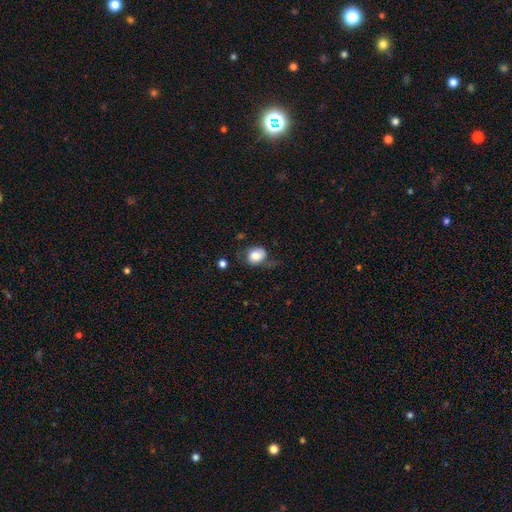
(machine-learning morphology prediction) Smooth or featured: smooth — 74% (featured or disk — 17%)
How rounded: in between — 51% (round — 48%)
Merging: none — 47% (minor disturbance — 30%)